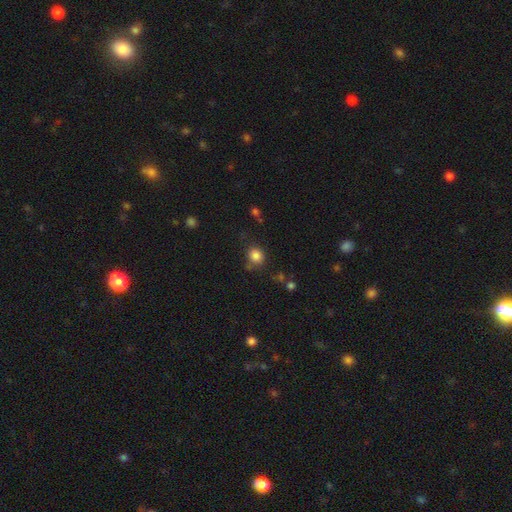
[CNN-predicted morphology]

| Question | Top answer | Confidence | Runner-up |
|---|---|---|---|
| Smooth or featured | smooth | 83% | star or artifact (12%) |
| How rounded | round | 76% | in between (23%) |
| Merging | none | 74% | minor disturbance (16%) |